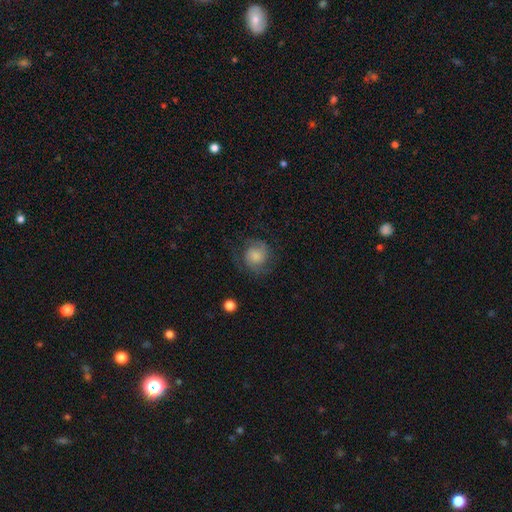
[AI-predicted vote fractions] Morphology: type=featured or disk (57%); edge-on=no (98%); bar=no (71%); spiral arms=yes (91%); winding=medium (47%); arm count=2 (78%); bulge=moderate (28%); merging=none (69%).